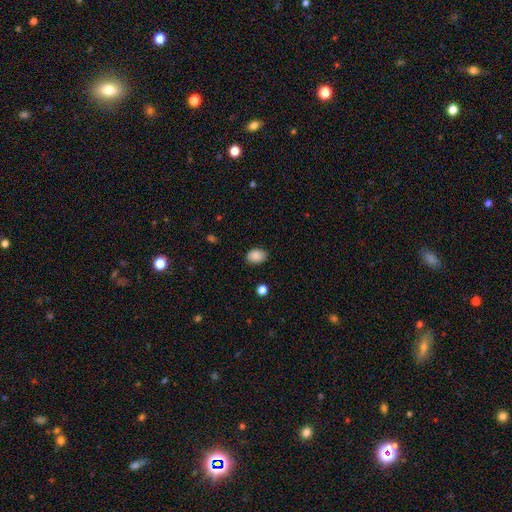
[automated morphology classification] Overall: smooth (87%). How rounded: in between (79%). Merging: none (82%).